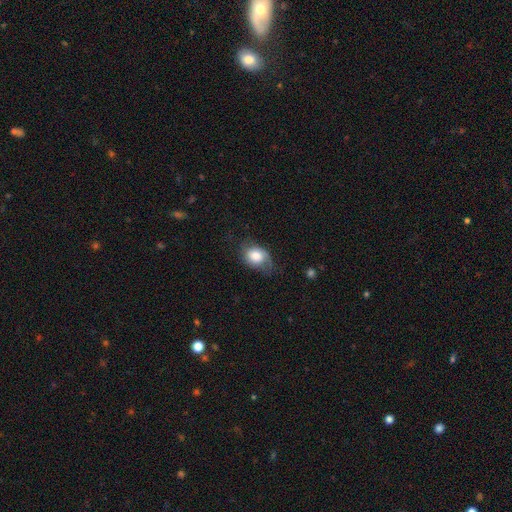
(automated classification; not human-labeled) Q: Smooth or featured?
A: smooth (71%); runner-up: featured or disk (21%)
Q: How rounded?
A: in between (65%); runner-up: round (33%)
Q: Merging?
A: none (49%); runner-up: minor disturbance (34%)